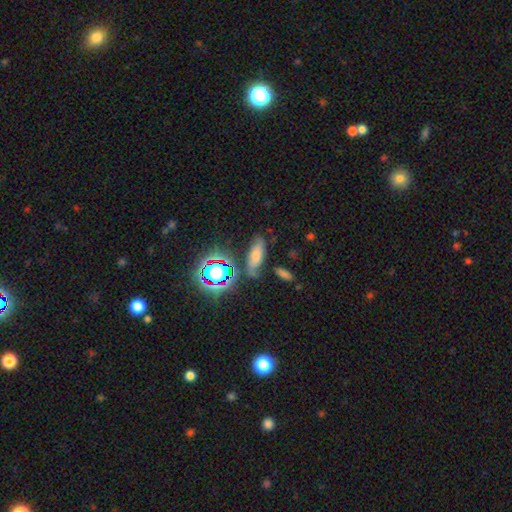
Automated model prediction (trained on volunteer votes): The model was most divided on "smooth or featured": smooth: 55%, star or artifact: 23%, featured or disk: 22%. More confident: merging — none (70%); how rounded — in between (66%).